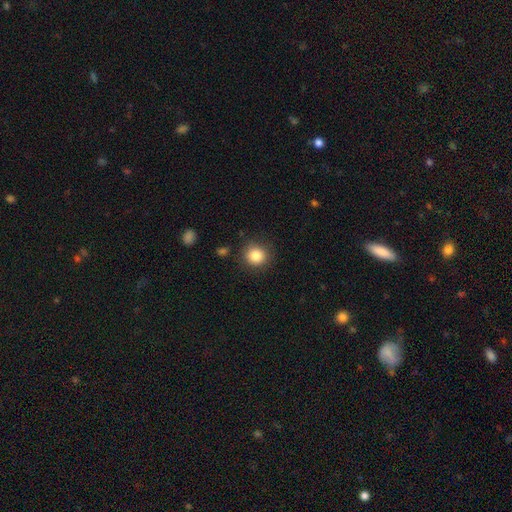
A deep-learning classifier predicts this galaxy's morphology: Smooth or featured? smooth (85%)
How rounded? round (90%)
Merging? none (87%)